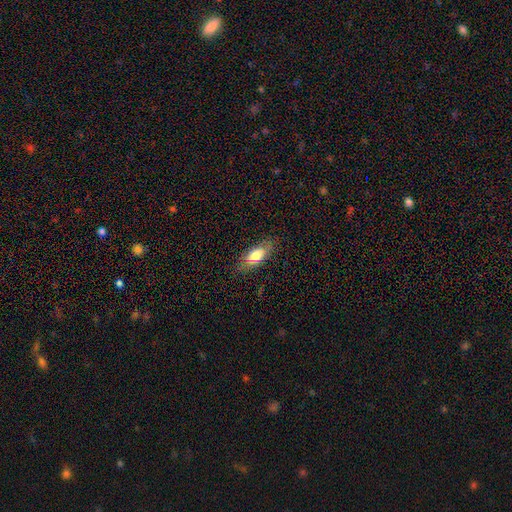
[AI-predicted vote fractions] A smooth galaxy with no disk features (72%) that is in between round and cigar-shaped (78%). Merging: none (81%).